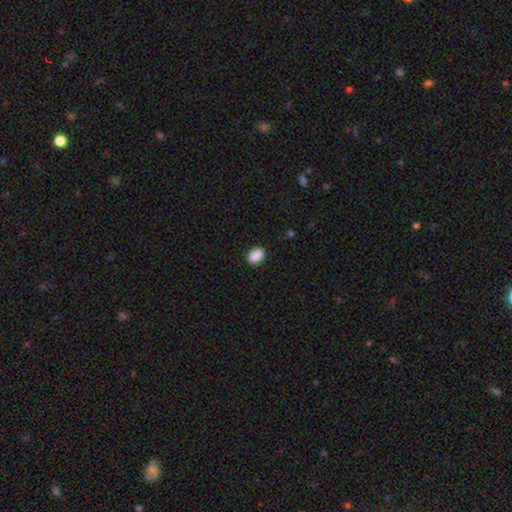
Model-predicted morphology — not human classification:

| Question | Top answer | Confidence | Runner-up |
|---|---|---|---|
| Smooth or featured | smooth | 89% | star or artifact (8%) |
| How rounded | in between | 79% | round (20%) |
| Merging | none | 86% | minor disturbance (11%) |